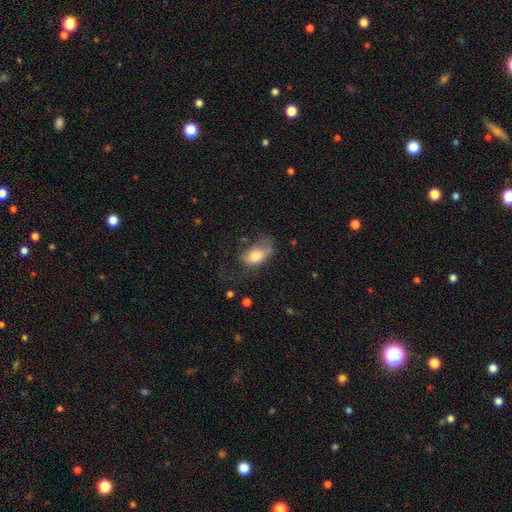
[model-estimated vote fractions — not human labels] Overall: smooth (71%). How rounded: in between (87%). Merging: major disturbance (36%; minor disturbance 32%).